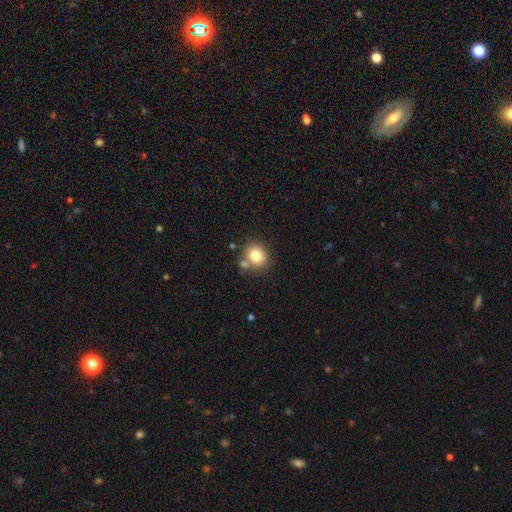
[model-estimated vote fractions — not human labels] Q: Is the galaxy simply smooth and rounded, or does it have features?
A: smooth — 81%.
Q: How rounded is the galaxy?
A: round — 68%.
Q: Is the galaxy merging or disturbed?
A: none — 71%.